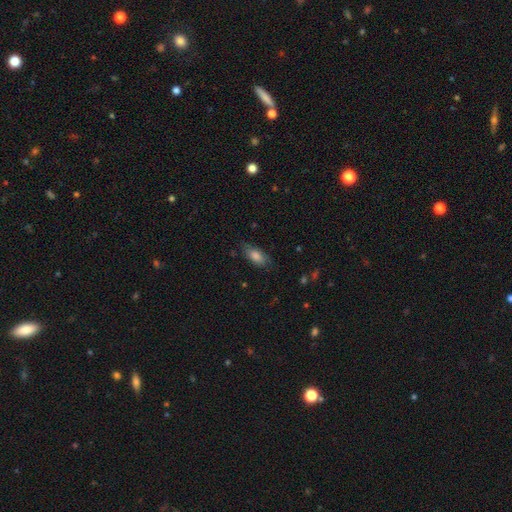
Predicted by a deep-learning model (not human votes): Overall: smooth (82%). How rounded: in between (85%). Merging: none (74%).